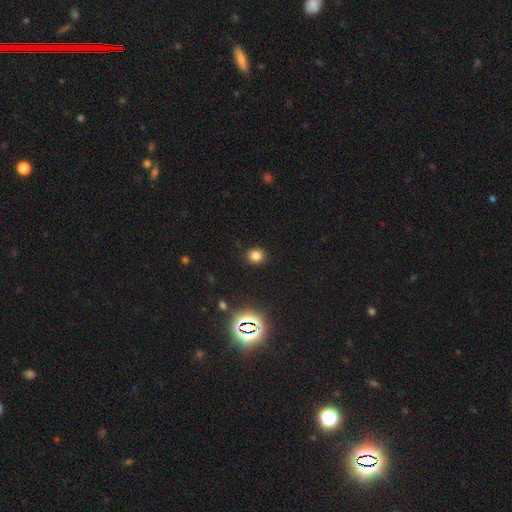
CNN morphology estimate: Smooth or featured? Predicted: smooth (p=0.77). How rounded? Predicted: round (p=0.77). Merging? Predicted: none (p=0.87).